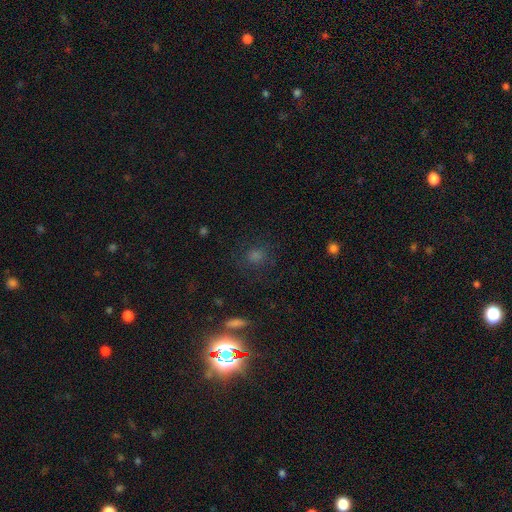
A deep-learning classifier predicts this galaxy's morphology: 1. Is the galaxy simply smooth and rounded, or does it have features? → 53% smooth, 36% star or artifact, 11% featured or disk.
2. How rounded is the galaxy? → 82% round, 16% in between, 2% cigar-shaped.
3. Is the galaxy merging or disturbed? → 80% none, 11% minor disturbance, 6% major disturbance, 3% merger.